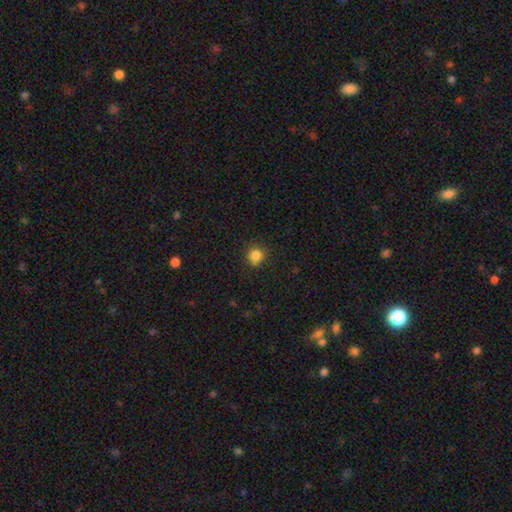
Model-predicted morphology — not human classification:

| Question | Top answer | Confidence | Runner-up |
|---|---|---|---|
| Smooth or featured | smooth | 84% | star or artifact (12%) |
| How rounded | round | 89% | in between (10%) |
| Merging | none | 81% | minor disturbance (14%) |